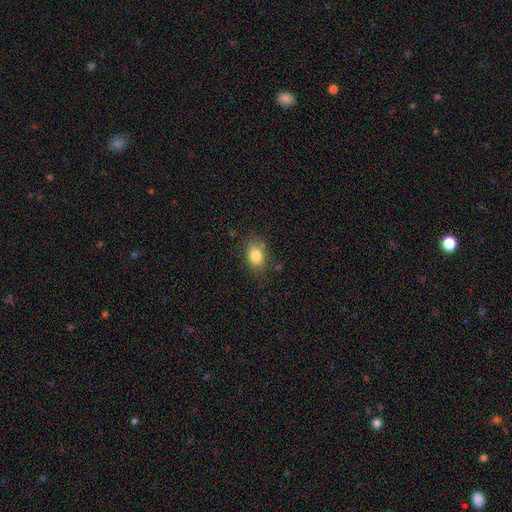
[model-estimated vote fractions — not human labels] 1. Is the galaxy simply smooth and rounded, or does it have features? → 82% smooth, 9% star or artifact, 9% featured or disk.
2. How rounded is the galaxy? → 74% in between, 24% round, 2% cigar-shaped.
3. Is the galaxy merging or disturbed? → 76% none, 17% minor disturbance, 4% major disturbance, 3% merger.